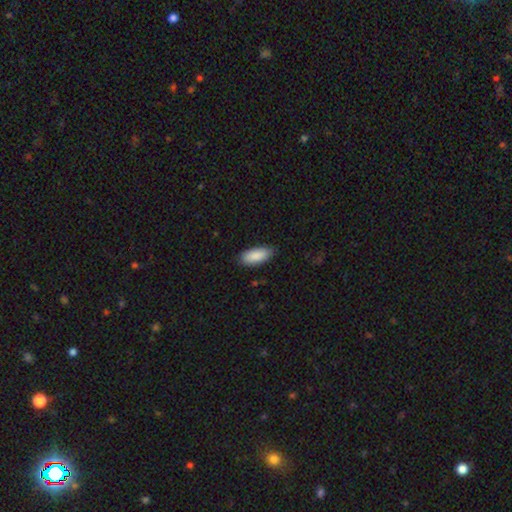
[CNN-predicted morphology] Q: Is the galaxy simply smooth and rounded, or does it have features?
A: smooth — 90%.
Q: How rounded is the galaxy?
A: in between — 85%.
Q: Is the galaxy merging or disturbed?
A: none — 83%.